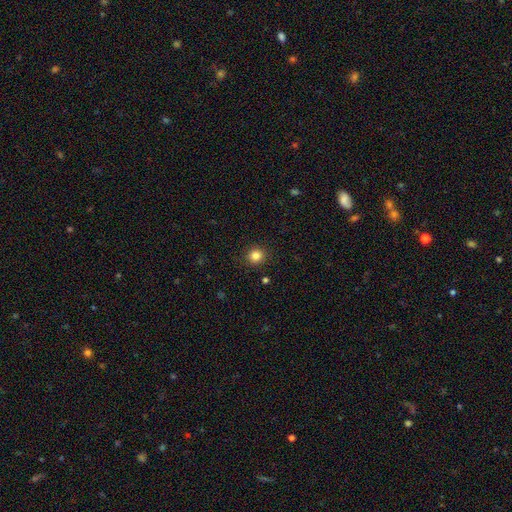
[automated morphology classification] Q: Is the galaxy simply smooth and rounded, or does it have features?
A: smooth — 83%.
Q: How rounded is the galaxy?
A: round — 93%.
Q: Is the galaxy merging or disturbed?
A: none — 92%.